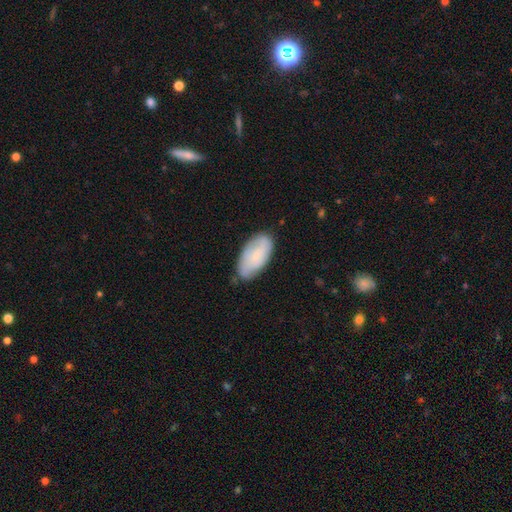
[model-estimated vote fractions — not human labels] smooth 68%, featured or disk 25%, star or artifact 7%. Down the decision tree: how rounded — in between (93%); merging — none (69%).